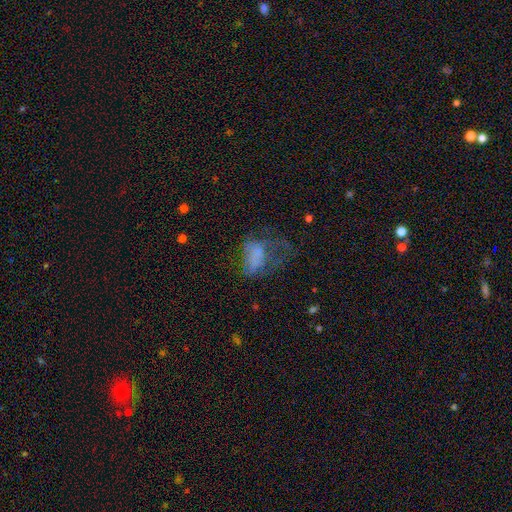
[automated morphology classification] smooth-or-featured: smooth: 49% | featured or disk: 35% | star or artifact: 16%
  merging: major disturbance: 54% | none: 23% | minor disturbance: 19% | merger: 4%